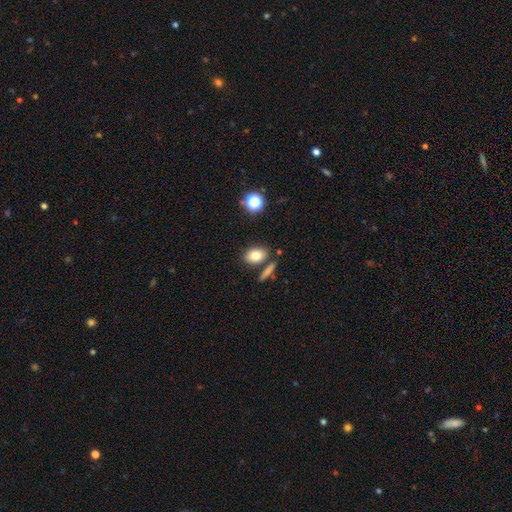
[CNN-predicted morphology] Smooth or featured: smooth — 80% (featured or disk — 10%)
How rounded: in between — 77% (round — 20%)
Merging: none — 74% (merger — 12%)